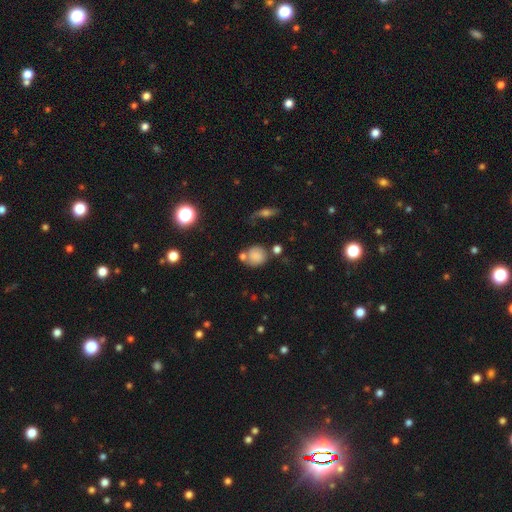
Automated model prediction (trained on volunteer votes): Morphology: type=smooth (74%); roundness=round (80%); merging=none (55%).